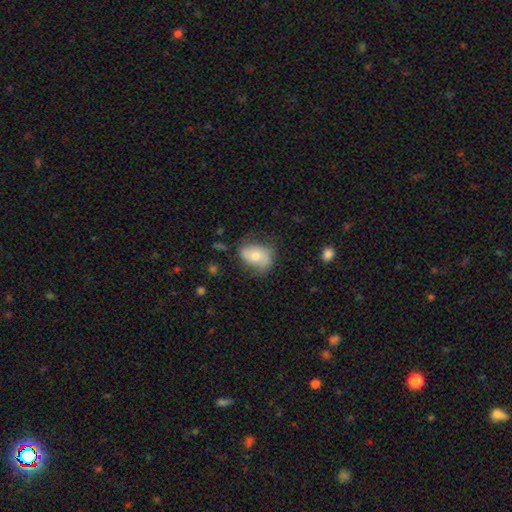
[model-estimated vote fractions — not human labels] smooth-or-featured: smooth: 59% | featured or disk: 33% | star or artifact: 8%
  how-rounded: in between: 74% | round: 24% | cigar-shaped: 2%
  merging: none: 56% | minor disturbance: 30% | major disturbance: 11% | merger: 3%